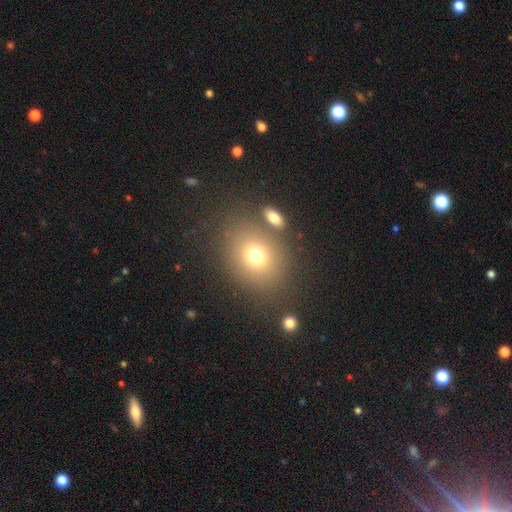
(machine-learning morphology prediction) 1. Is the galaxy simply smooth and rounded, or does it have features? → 72% smooth, 15% star or artifact, 13% featured or disk.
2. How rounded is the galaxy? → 57% round, 41% in between, 1% cigar-shaped.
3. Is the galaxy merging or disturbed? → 71% none, 12% merger, 11% minor disturbance, 6% major disturbance.